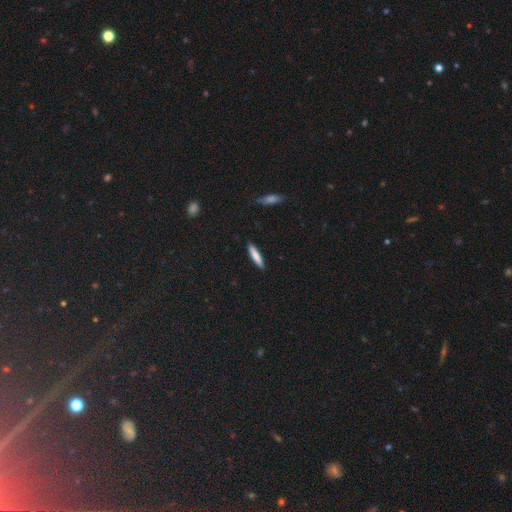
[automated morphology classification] smooth_or_featured: smooth (p=0.76) [alt: featured or disk p=0.18]
how_rounded: cigar-shaped (p=0.87) [alt: in between p=0.12]
merging: none (p=0.90) [alt: minor disturbance p=0.08]